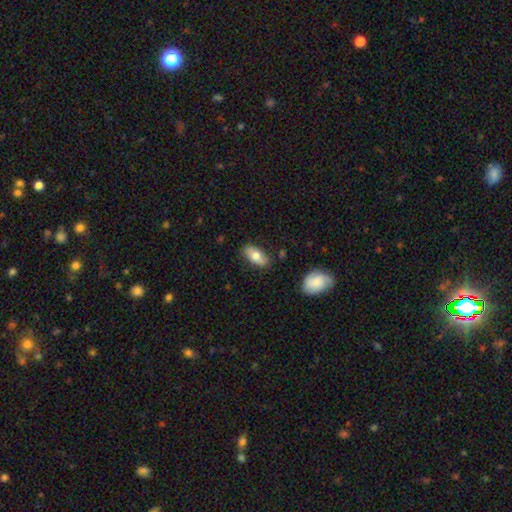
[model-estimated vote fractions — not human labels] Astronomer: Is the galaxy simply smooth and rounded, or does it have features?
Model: smooth — 71%.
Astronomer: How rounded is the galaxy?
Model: in between — 89%.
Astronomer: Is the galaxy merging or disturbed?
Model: none — 82%.